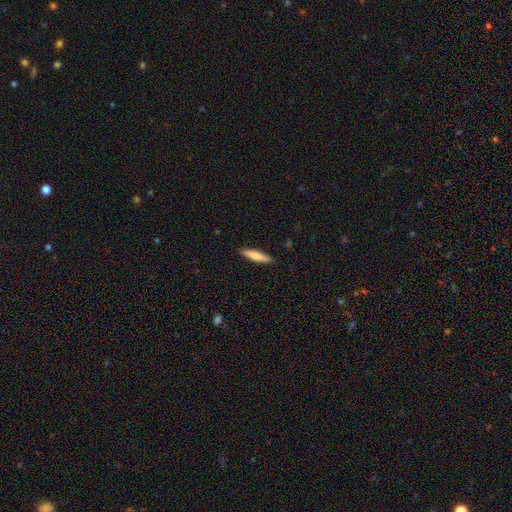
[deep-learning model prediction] smooth_or_featured: smooth (p=0.71) [alt: featured or disk p=0.24]
how_rounded: cigar-shaped (p=0.82) [alt: in between p=0.16]
merging: none (p=0.89) [alt: minor disturbance p=0.08]